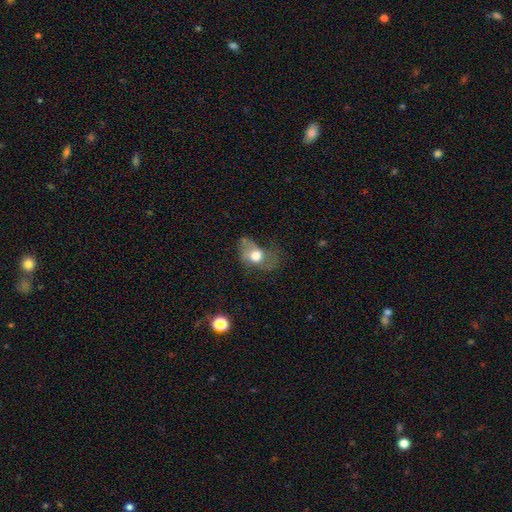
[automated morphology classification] smooth-or-featured: smooth: 63% | featured or disk: 27% | star or artifact: 10%
  how-rounded: in between: 67% | round: 31% | cigar-shaped: 2%
  merging: major disturbance: 46% | minor disturbance: 26% | none: 24% | merger: 4%